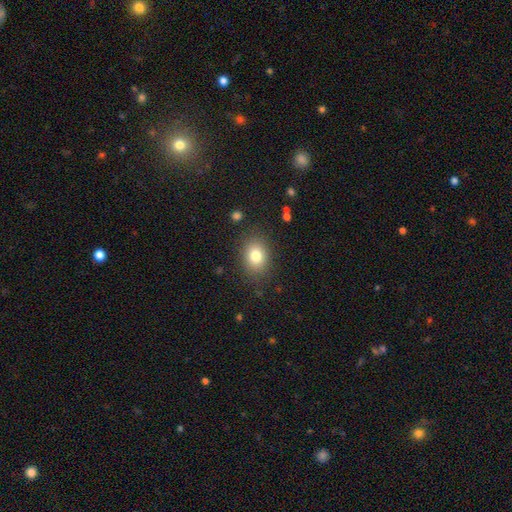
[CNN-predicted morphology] This appears to be a smooth galaxy with no disk features (80%) that is in between round and cigar-shaped (63%). Merging: none (84%).